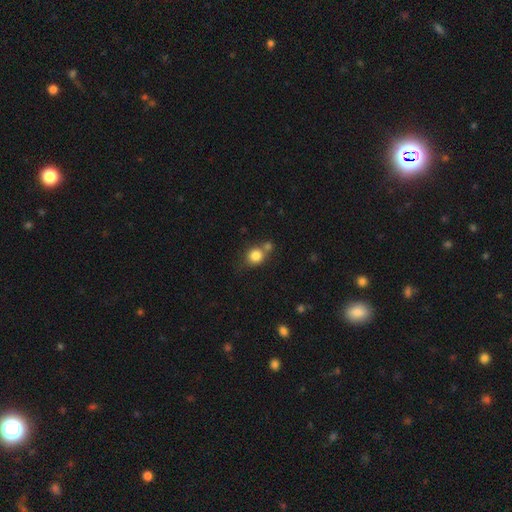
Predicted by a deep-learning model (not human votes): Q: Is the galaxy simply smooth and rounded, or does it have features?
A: smooth — 82%.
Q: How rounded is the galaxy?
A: round — 77%.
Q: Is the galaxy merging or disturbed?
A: none — 50%.